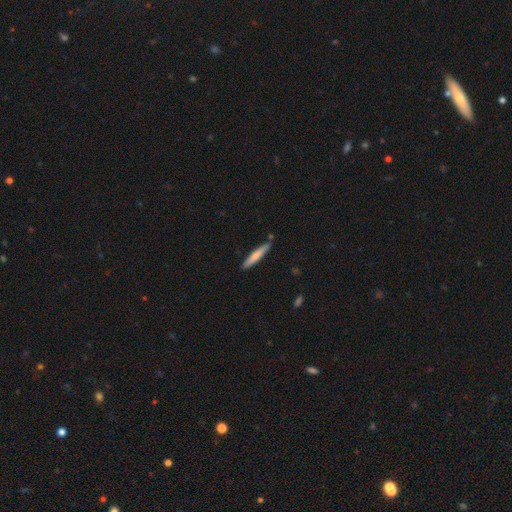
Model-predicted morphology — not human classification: This is likely a smooth galaxy (68%). How rounded: clearly cigar-shaped (94%). Merging: clearly none (84%).